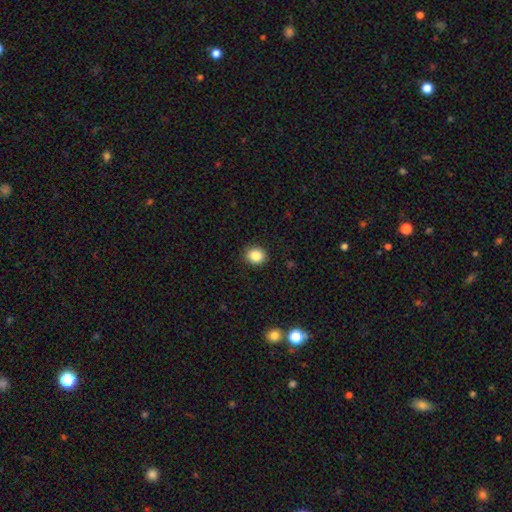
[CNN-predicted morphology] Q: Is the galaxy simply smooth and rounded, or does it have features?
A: smooth — 86%.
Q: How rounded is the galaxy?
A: round — 73%.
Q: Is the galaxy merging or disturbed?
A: none — 91%.